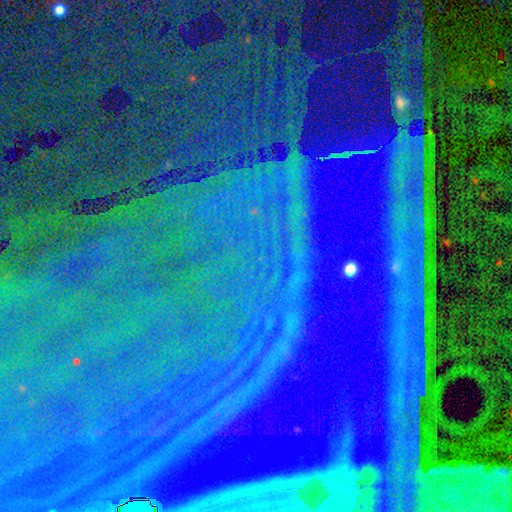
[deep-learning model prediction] This appears to be a star or artifact, not a galaxy (87%).